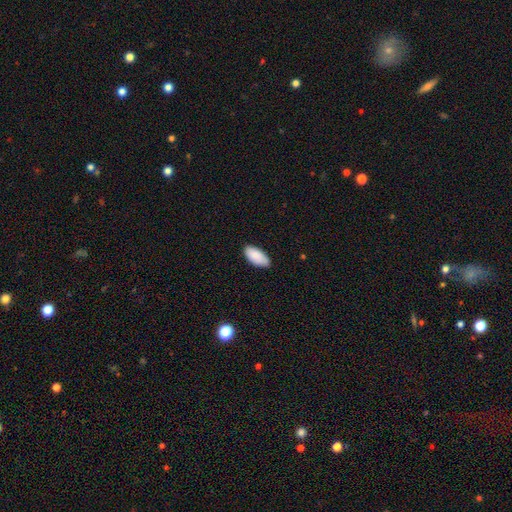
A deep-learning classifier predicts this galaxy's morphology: Q: Smooth or featured?
A: smooth (89%); runner-up: star or artifact (6%)
Q: How rounded?
A: in between (94%); runner-up: cigar-shaped (4%)
Q: Merging?
A: none (82%); runner-up: minor disturbance (15%)